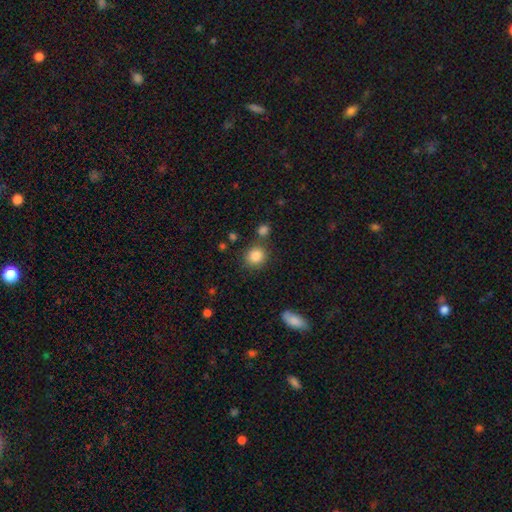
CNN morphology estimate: Overall: smooth (85%). How rounded: round (84%). Merging: none (78%).